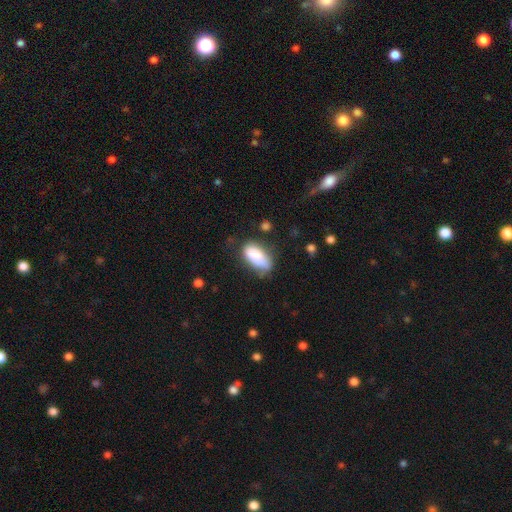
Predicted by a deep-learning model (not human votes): Smooth or featured? smooth (83%)
How rounded? in between (91%)
Merging? none (53%)